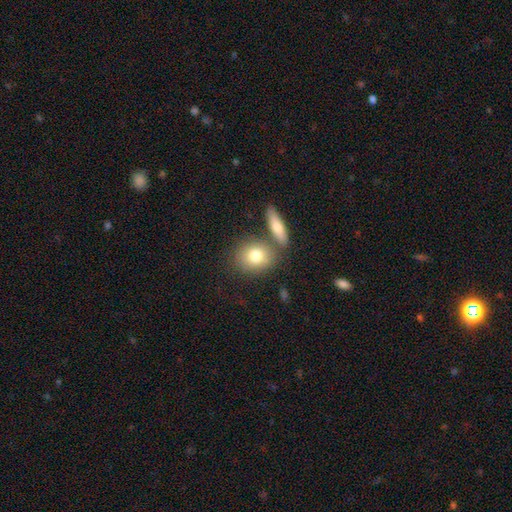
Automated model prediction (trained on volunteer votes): Morphology: type=smooth (78%); roundness=round (57%); merging=none (63%).